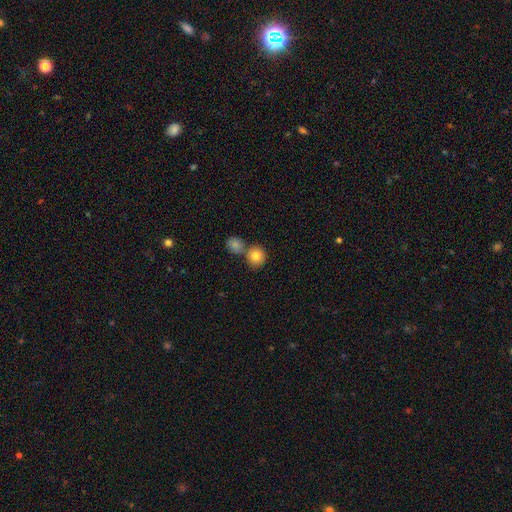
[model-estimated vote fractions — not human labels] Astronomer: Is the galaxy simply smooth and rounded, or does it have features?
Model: smooth — 83%.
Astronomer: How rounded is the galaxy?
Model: round — 87%.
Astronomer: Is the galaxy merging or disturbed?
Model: none — 60%.